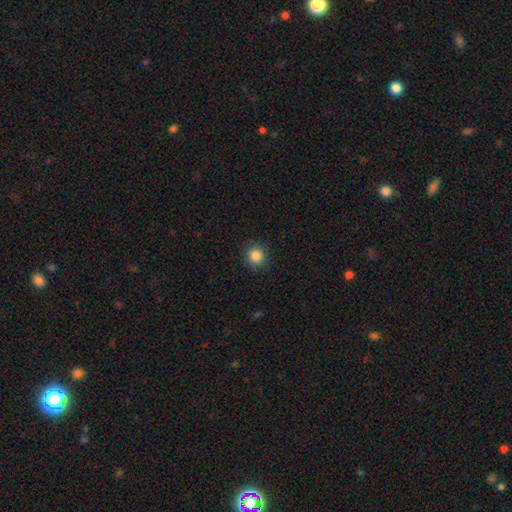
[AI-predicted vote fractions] Smooth or featured?
  - smooth: 85% *
  - star or artifact: 11%
  - featured or disk: 4%
How rounded?
  - round: 92% *
  - in between: 7%
  - cigar-shaped: 1%
Merging?
  - none: 90% *
  - minor disturbance: 7%
  - major disturbance: 2%
  - merger: 1%